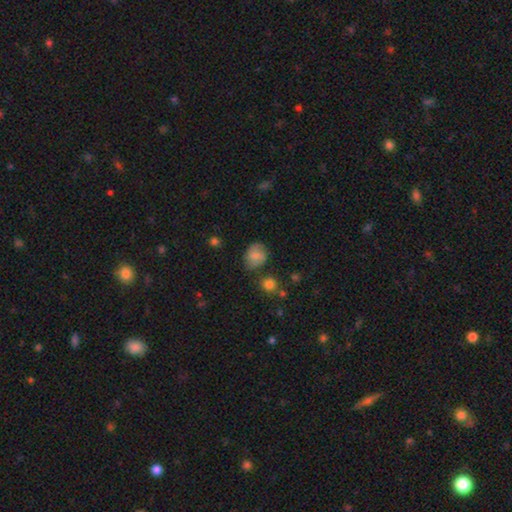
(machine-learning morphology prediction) smooth_or_featured: smooth (p=0.66) [alt: featured or disk p=0.25]
how_rounded: round (p=0.54) [alt: in between p=0.45]
merging: none (p=0.67) [alt: minor disturbance p=0.22]